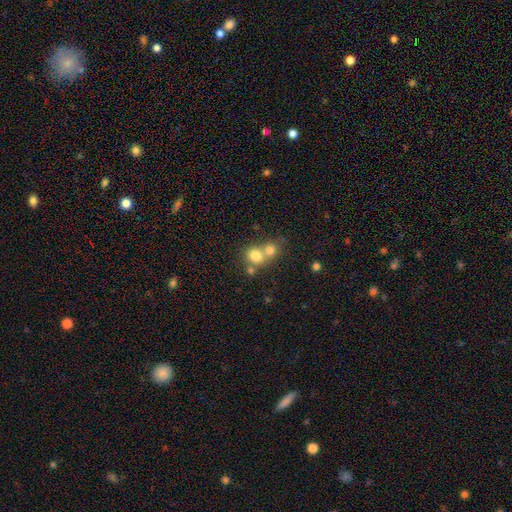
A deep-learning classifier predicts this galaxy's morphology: Smooth or featured? smooth (75%)
How rounded? round (79%)
Merging? merger (60%)